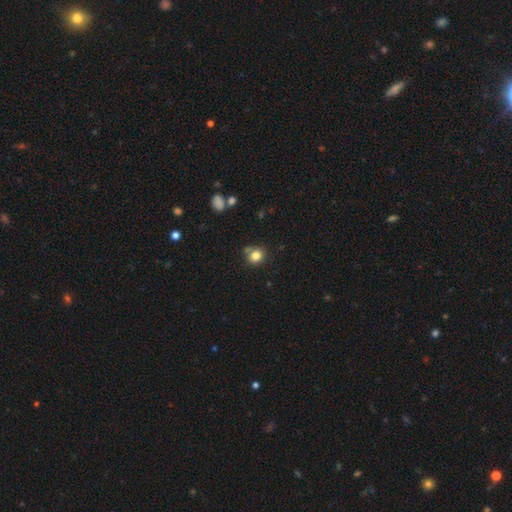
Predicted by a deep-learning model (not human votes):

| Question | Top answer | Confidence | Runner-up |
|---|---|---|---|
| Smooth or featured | smooth | 81% | star or artifact (12%) |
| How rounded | round | 81% | in between (19%) |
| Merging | none | 72% | minor disturbance (14%) |